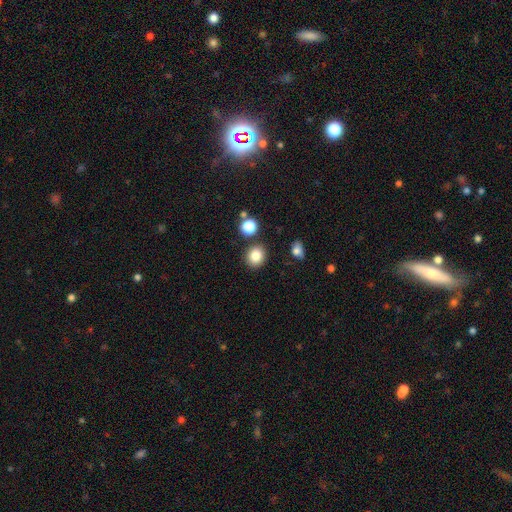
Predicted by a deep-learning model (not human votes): This is clearly a smooth galaxy (83%). How rounded: likely round (79%). Merging: clearly none (84%).